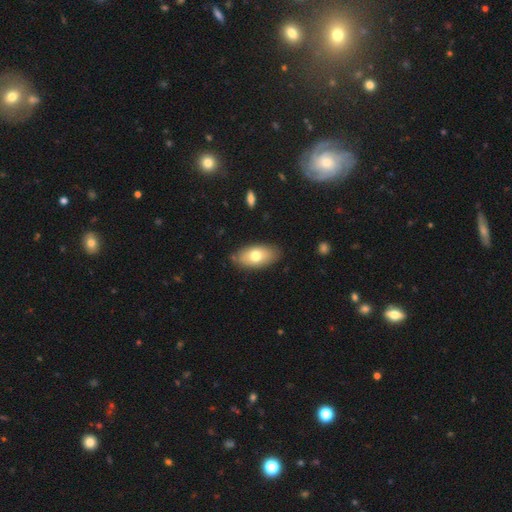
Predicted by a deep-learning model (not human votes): Smooth or featured? smooth (71%)
How rounded? in between (92%)
Merging? none (83%)